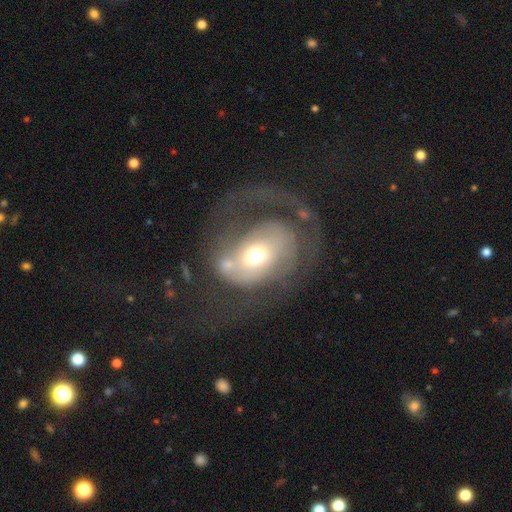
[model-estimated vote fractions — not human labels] The model was most divided on "merging": major disturbance: 48%, none: 31%, minor disturbance: 16%, merger: 6%. More confident: edge-on disk — no (95%); bar — no (71%); spiral arms — yes (70%); bulge size — moderate (68%); smooth or featured — featured or disk (65%).